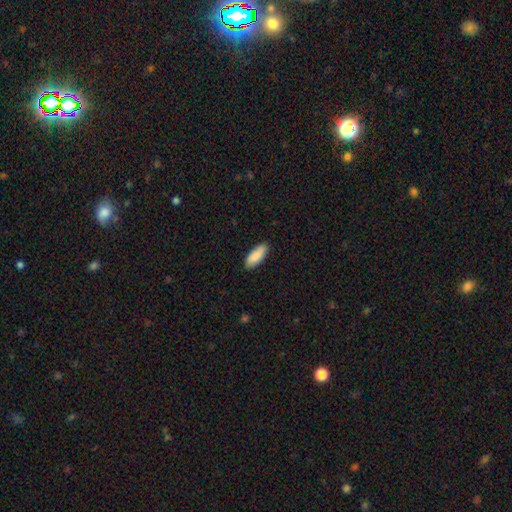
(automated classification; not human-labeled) Smooth or featured: smooth — 89% (star or artifact — 6%)
How rounded: in between — 81% (cigar-shaped — 17%)
Merging: none — 86% (minor disturbance — 11%)